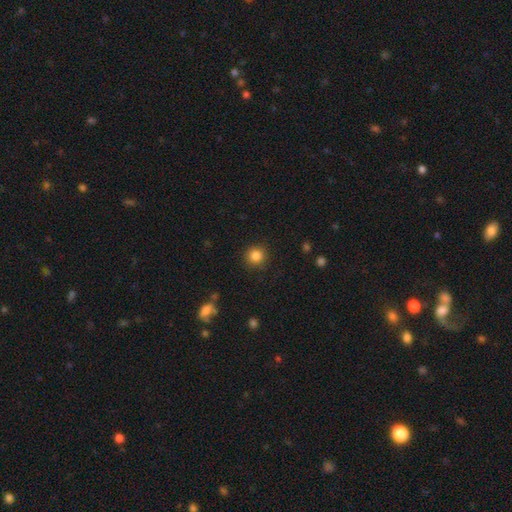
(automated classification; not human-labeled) Smooth or featured?
  - smooth: 85% *
  - star or artifact: 11%
  - featured or disk: 4%
How rounded?
  - round: 93% *
  - in between: 6%
  - cigar-shaped: 1%
Merging?
  - none: 90% *
  - minor disturbance: 7%
  - major disturbance: 2%
  - merger: 1%